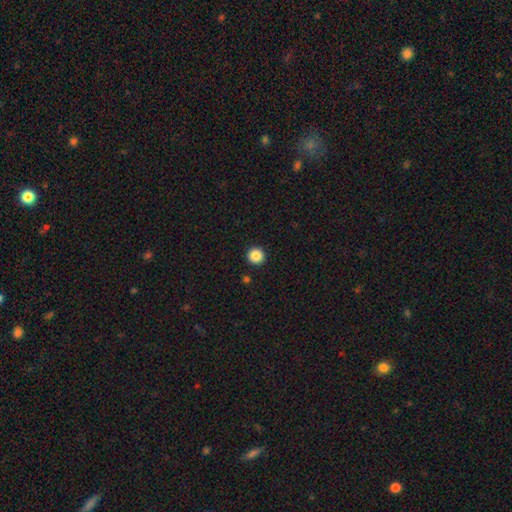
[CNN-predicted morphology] smooth 87%, star or artifact 10%, featured or disk 3%. Down the decision tree: how rounded — round (95%); merging — none (93%).